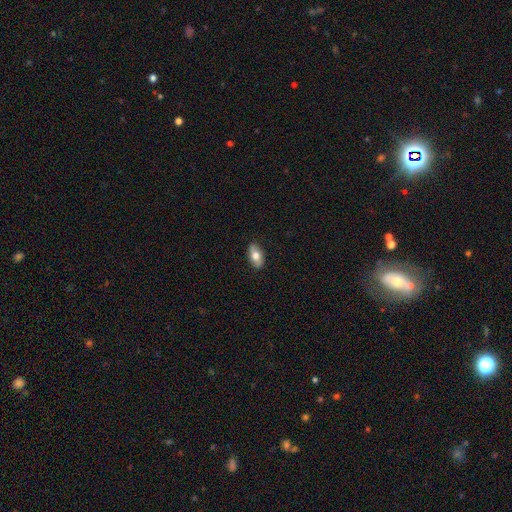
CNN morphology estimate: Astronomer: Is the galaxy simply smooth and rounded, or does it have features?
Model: smooth — 69%.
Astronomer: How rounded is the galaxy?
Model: in between — 88%.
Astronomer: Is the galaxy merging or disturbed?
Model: none — 88%.